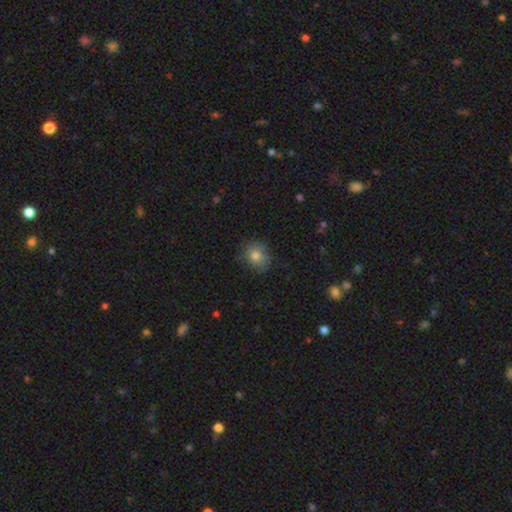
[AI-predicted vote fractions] smooth_or_featured: smooth (p=0.80) [alt: star or artifact p=0.11]
how_rounded: round (p=0.72) [alt: in between p=0.27]
merging: none (p=0.76) [alt: minor disturbance p=0.18]